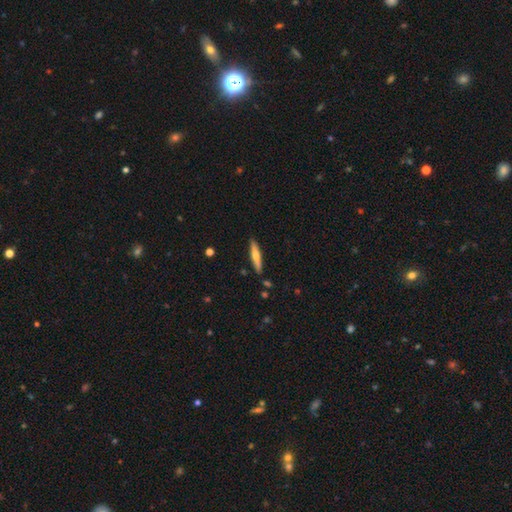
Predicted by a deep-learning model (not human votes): This appears to be a smooth galaxy with no disk features (59%) that is cigar-shaped (90%). Merging: none (89%).